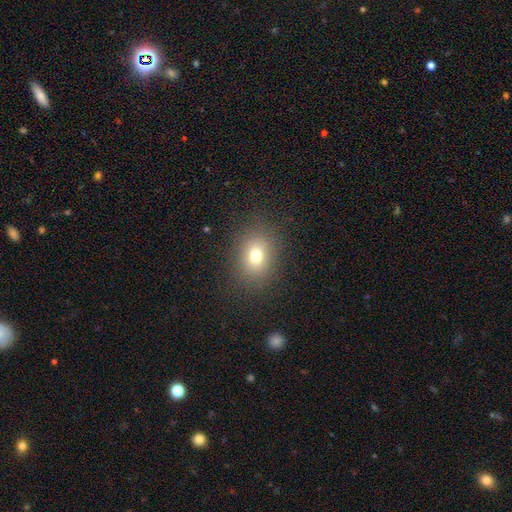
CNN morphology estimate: Smooth or featured? Predicted: smooth (p=0.74). How rounded? Predicted: in between (p=0.51). Merging? Predicted: none (p=0.86).